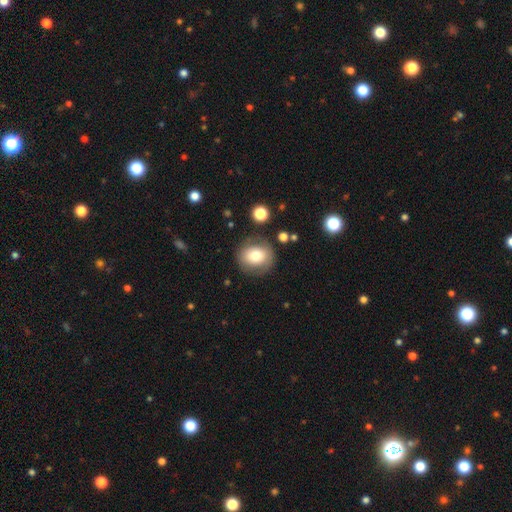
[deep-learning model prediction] smooth_or_featured: smooth (p=0.72) [alt: featured or disk p=0.18]
how_rounded: round (p=0.78) [alt: in between p=0.21]
merging: none (p=0.79) [alt: minor disturbance p=0.13]